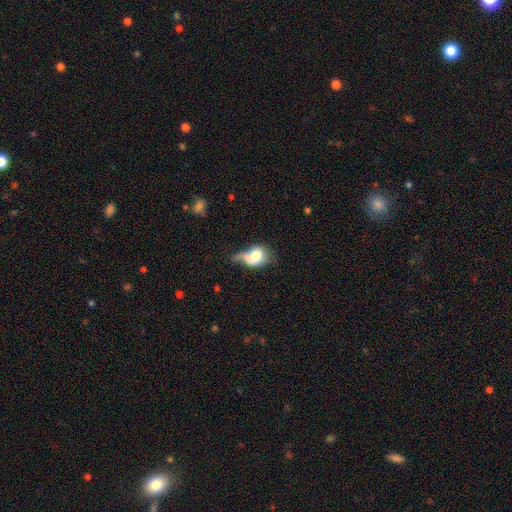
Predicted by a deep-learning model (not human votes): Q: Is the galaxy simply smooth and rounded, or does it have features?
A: smooth — 65%.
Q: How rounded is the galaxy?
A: in between — 51%.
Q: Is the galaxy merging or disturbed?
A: major disturbance — 32%.